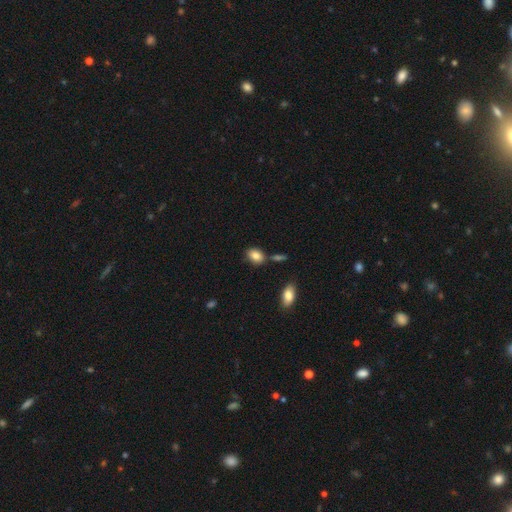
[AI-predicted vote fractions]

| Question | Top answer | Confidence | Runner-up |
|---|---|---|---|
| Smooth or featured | smooth | 85% | star or artifact (8%) |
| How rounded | in between | 78% | round (20%) |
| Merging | none | 74% | minor disturbance (14%) |